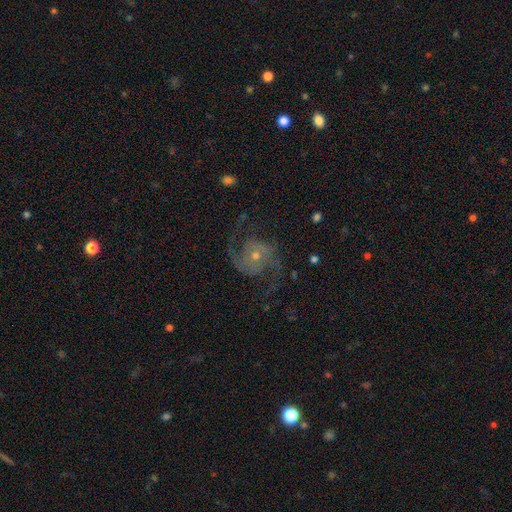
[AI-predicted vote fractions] Smooth or featured? featured or disk (87%)
Edge-on disk? no (98%)
Bar? no (71%)
Spiral arms? yes (97%)
Spiral winding? medium (55%)
Spiral arm count? 2 (92%)
Bulge size? small (51%)
Merging? none (73%)